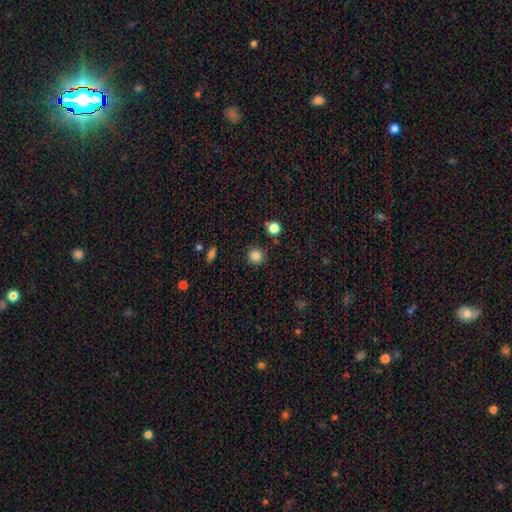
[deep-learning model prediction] Overall: smooth (84%). How rounded: round (92%). Merging: none (87%).